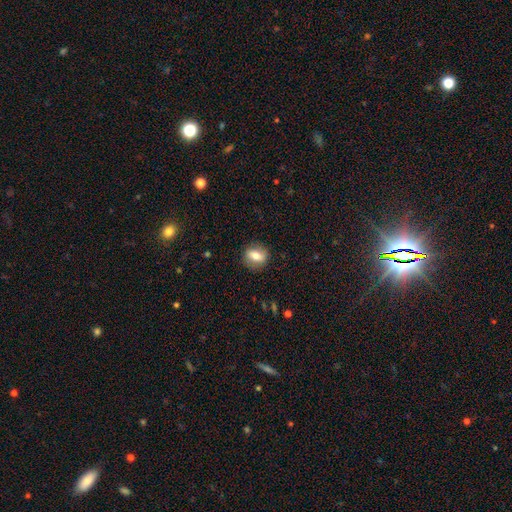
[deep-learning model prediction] Smooth or featured? Predicted: smooth (p=0.64). How rounded? Predicted: round (p=0.58). Merging? Predicted: none (p=0.86).